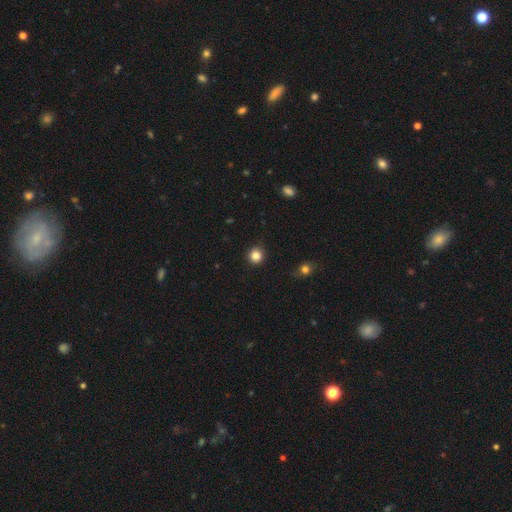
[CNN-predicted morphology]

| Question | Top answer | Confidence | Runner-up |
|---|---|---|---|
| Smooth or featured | smooth | 85% | star or artifact (11%) |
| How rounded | round | 93% | in between (6%) |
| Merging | none | 91% | minor disturbance (6%) |